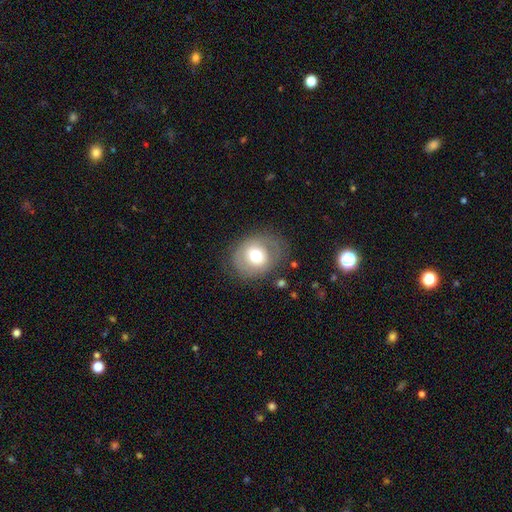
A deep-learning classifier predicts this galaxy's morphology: A smooth galaxy with no disk features (61%) that is round (71%).

Vote fractions:
- Smooth or featured? smooth: 61% / featured or disk: 30% / star or artifact: 10%
- How rounded? round: 71% / in between: 28% / cigar-shaped: 1%
- Merging? none: 71% / minor disturbance: 17% / major disturbance: 9% / merger: 2%